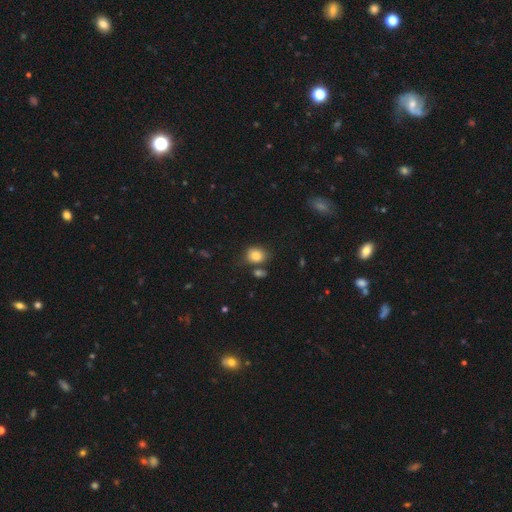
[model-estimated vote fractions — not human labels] smooth_or_featured: smooth (p=0.84) [alt: star or artifact p=0.10]
how_rounded: round (p=0.53) [alt: in between p=0.46]
merging: none (p=0.68) [alt: minor disturbance p=0.16]